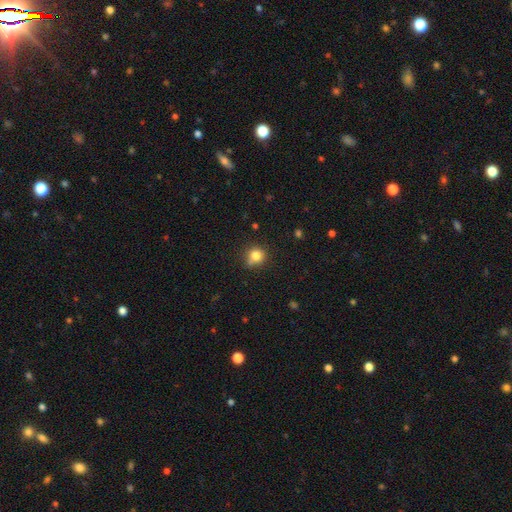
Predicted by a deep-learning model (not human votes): Smooth or featured? smooth (80%)
How rounded? round (87%)
Merging? none (67%)